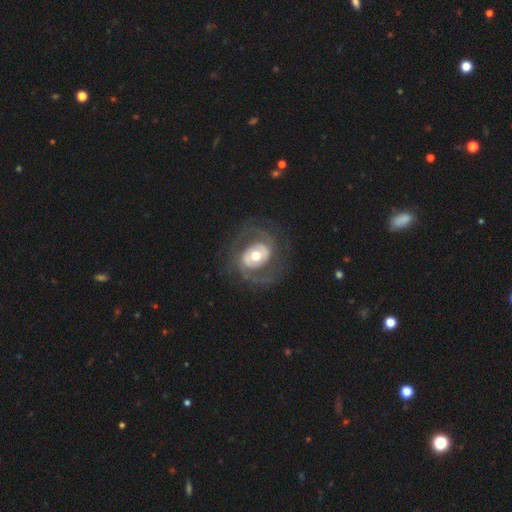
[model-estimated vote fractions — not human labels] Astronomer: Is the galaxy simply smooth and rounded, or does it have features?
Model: featured or disk — 80%.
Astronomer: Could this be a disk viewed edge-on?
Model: no — 97%.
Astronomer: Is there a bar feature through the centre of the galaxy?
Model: no — 54%.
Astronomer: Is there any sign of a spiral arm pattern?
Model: yes — 80%.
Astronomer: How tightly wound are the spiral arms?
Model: medium — 45% (runner-up: tight, 33%).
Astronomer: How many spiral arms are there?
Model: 2 — 79%.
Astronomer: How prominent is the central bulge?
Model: moderate — 69%.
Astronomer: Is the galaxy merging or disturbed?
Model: none — 73%.